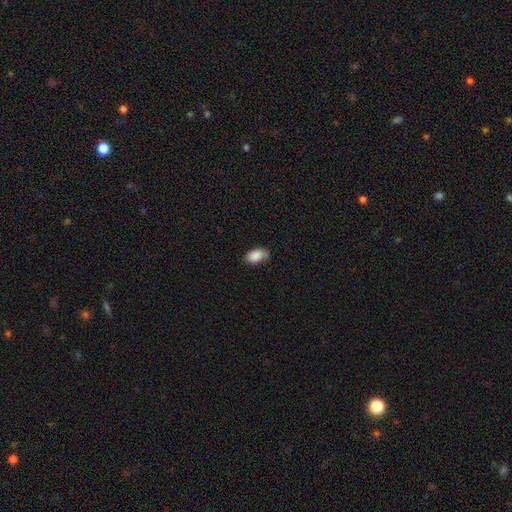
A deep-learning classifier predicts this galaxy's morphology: smooth-or-featured: smooth: 88% | star or artifact: 7% | featured or disk: 5%
  how-rounded: in between: 92% | round: 5% | cigar-shaped: 2%
  merging: none: 73% | minor disturbance: 22% | major disturbance: 4% | merger: 1%